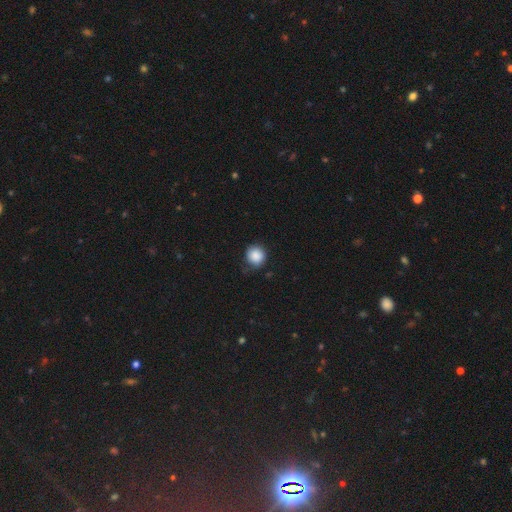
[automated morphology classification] A smooth galaxy with no disk features (87%) that is round (89%). Merging: none (72%).